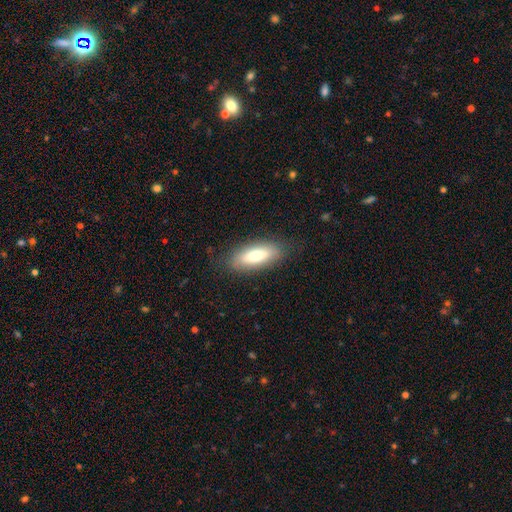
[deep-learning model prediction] Q: Smooth or featured?
A: smooth (76%); runner-up: featured or disk (18%)
Q: How rounded?
A: in between (68%); runner-up: cigar-shaped (30%)
Q: Merging?
A: none (83%); runner-up: minor disturbance (12%)